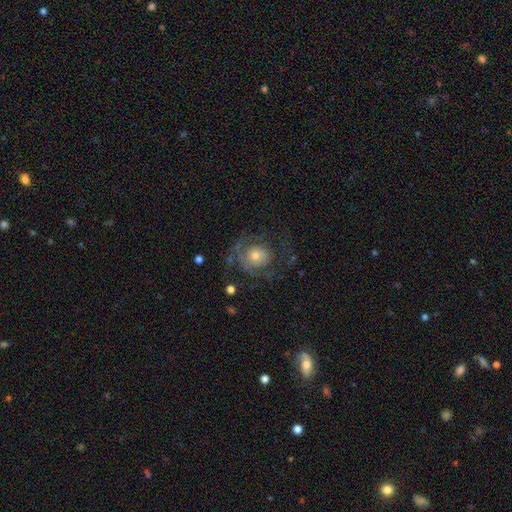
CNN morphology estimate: type=featured or disk (62%); edge-on=no (97%); bar=no (83%); spiral arms=yes (74%); bulge=moderate (47%); merging=none (58%).